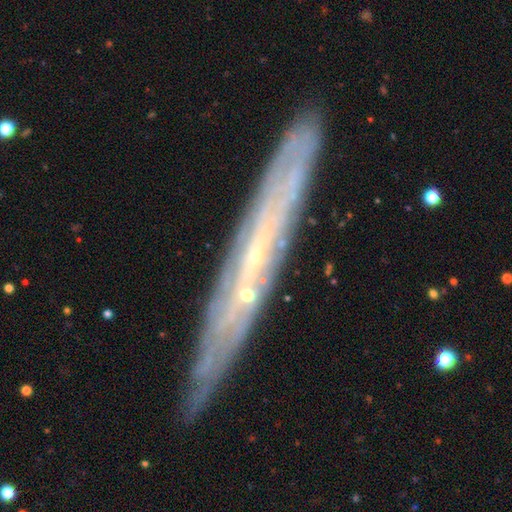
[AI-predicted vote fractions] This appears to be a featured or disk galaxy (73%) viewed edge-on (75%) with no central bulge (72%). Merging: none (84%).